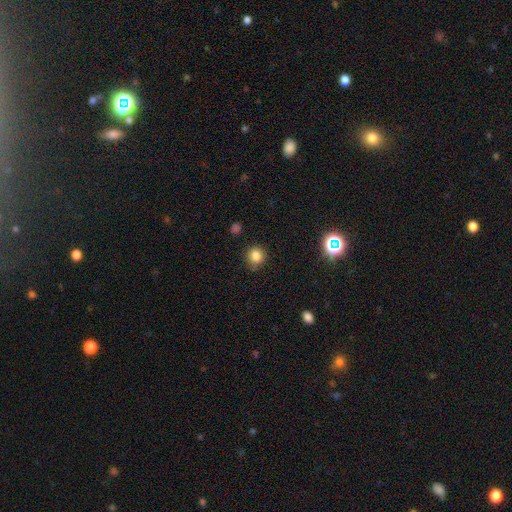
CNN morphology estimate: The model was most divided on "smooth or featured": smooth: 82%, star or artifact: 13%, featured or disk: 5%. More confident: how rounded — round (85%); merging — none (82%).